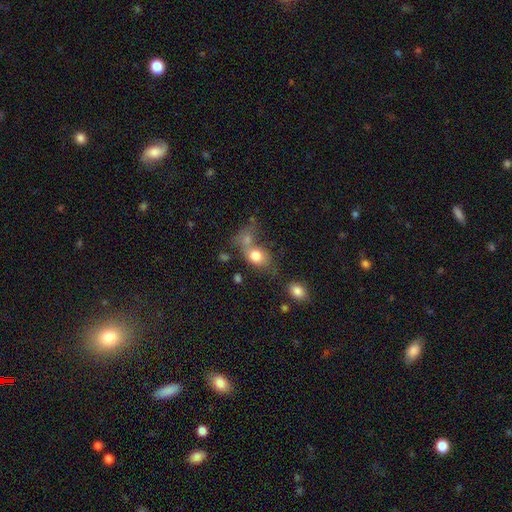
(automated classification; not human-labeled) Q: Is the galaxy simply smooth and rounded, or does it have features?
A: smooth — 77%.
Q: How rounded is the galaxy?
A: in between — 61%.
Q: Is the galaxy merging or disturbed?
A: merger — 48%.